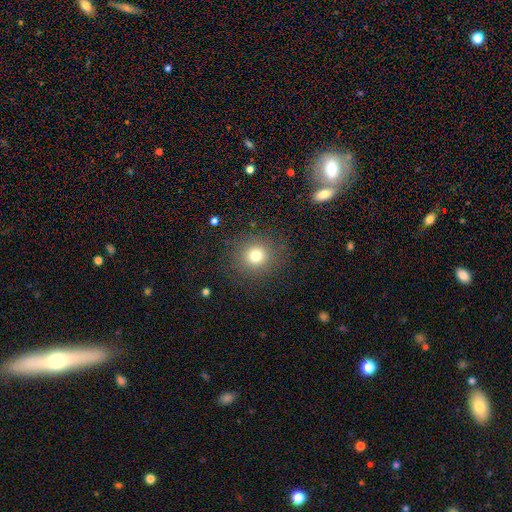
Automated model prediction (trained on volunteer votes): smooth 76%, star or artifact 15%, featured or disk 8%. Down the decision tree: how rounded — round (89%); merging — none (87%).